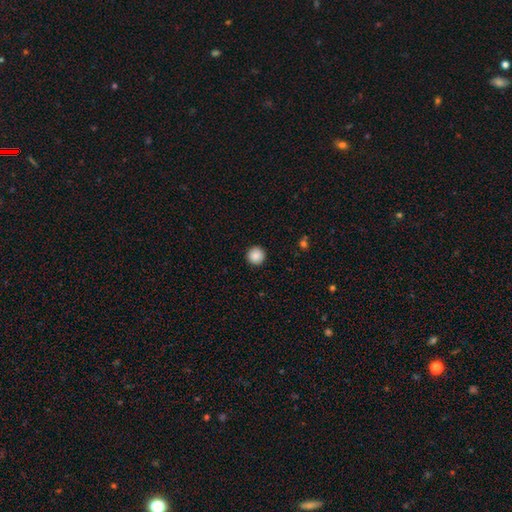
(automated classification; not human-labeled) A smooth galaxy with no disk features (88%) that is round (96%).

Vote fractions:
- Smooth or featured? smooth: 88% / star or artifact: 9% / featured or disk: 3%
- How rounded? round: 96% / in between: 3% / cigar-shaped: 1%
- Merging? none: 93% / minor disturbance: 4% / major disturbance: 2% / merger: 1%